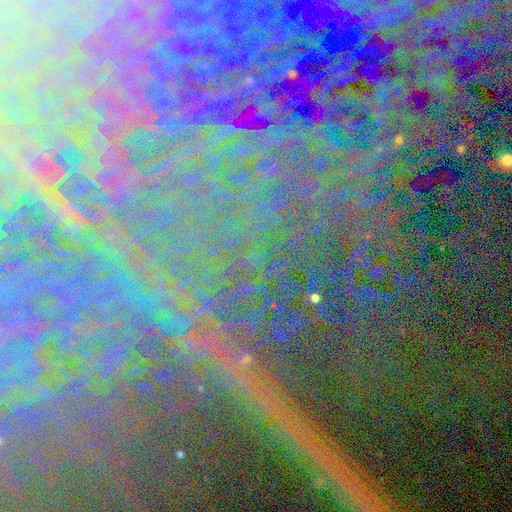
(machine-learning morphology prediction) A star or artifact, not a galaxy (85%).

Vote fractions:
- Smooth or featured? star or artifact: 85% / featured or disk: 9% / smooth: 7%